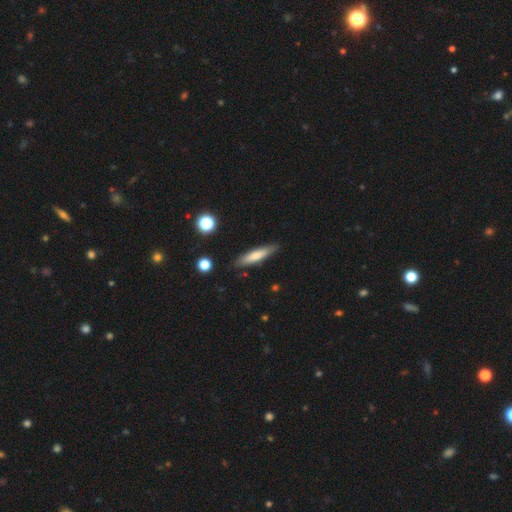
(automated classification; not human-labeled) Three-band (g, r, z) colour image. It shows a smooth galaxy with no disk features (65%) that is cigar-shaped (83%). Merging: none (85%).